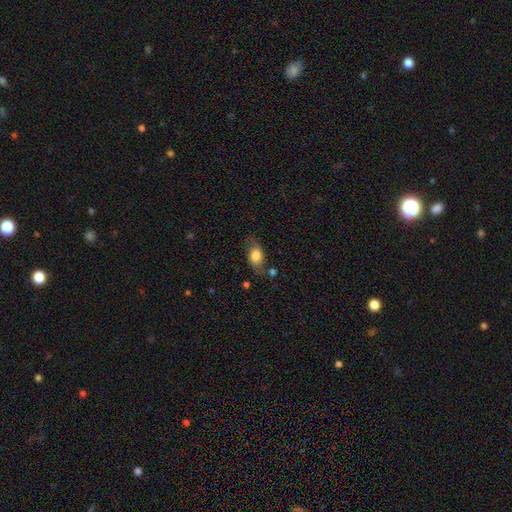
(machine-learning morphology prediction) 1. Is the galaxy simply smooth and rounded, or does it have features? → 76% smooth, 16% featured or disk, 8% star or artifact.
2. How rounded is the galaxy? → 84% in between, 11% round, 4% cigar-shaped.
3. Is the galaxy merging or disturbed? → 67% none, 21% minor disturbance, 8% major disturbance, 4% merger.